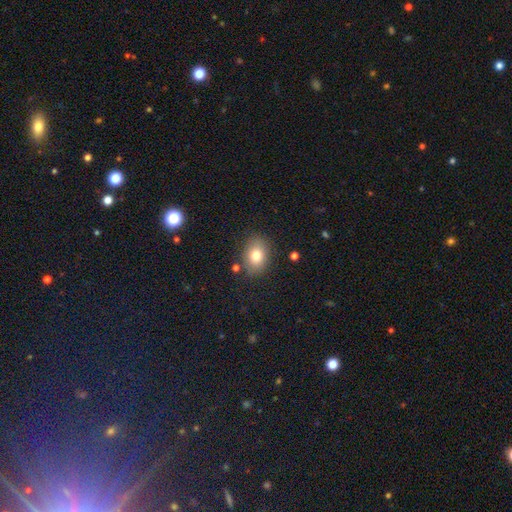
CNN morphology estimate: A smooth galaxy with no disk features (78%) that is in between round and cigar-shaped (69%). Merging: none (83%).